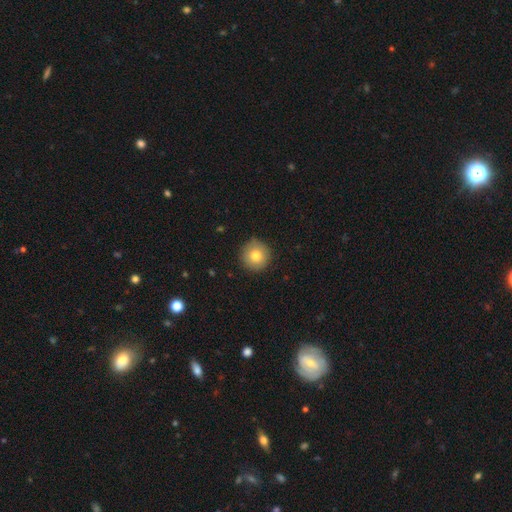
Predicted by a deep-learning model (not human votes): Q: Smooth or featured?
A: smooth (79%); runner-up: featured or disk (12%)
Q: How rounded?
A: round (95%); runner-up: in between (4%)
Q: Merging?
A: none (87%); runner-up: minor disturbance (10%)